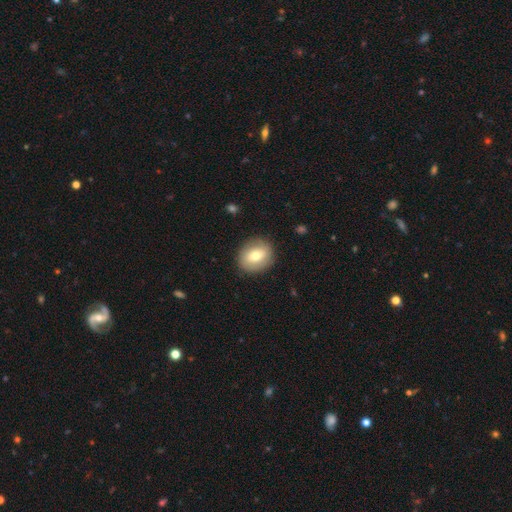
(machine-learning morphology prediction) Smooth or featured? Predicted: smooth (p=0.69). How rounded? Predicted: round (p=0.65). Merging? Predicted: none (p=0.87).